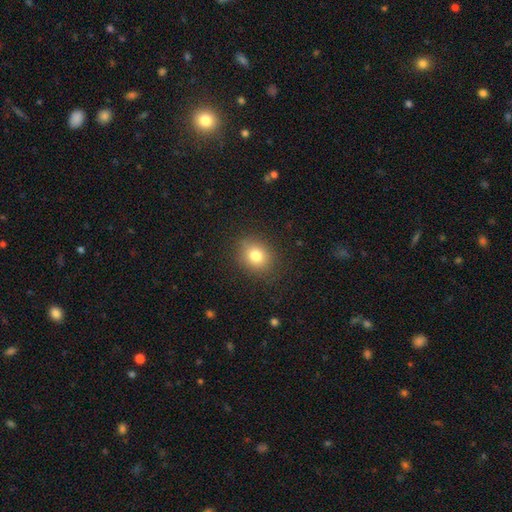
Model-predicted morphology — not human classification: Smooth or featured: smooth — 79% (star or artifact — 12%)
How rounded: round — 67% (in between — 32%)
Merging: none — 85% (minor disturbance — 10%)